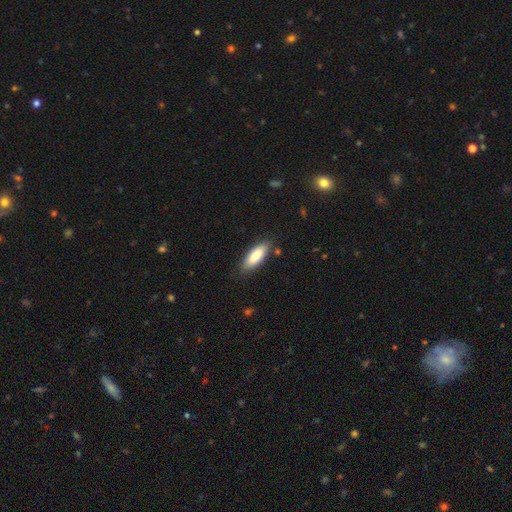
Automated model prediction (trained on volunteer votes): A smooth galaxy with no disk features (86%) that is in between round and cigar-shaped (65%). Merging: none (83%).